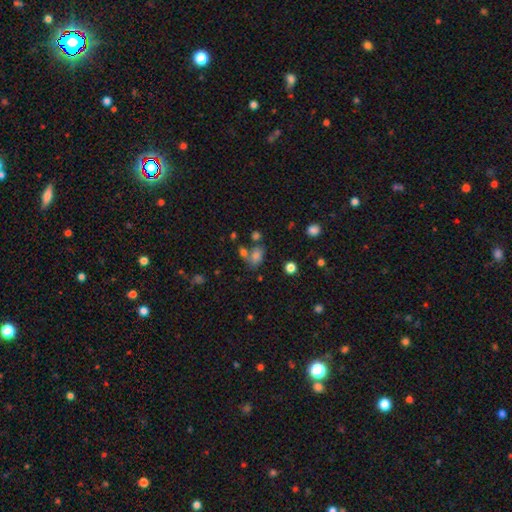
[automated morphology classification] smooth_or_featured: smooth (p=0.73) [alt: star or artifact p=0.17]
how_rounded: in between (p=0.78) [alt: round p=0.20]
merging: none (p=0.51) [alt: merger p=0.27]